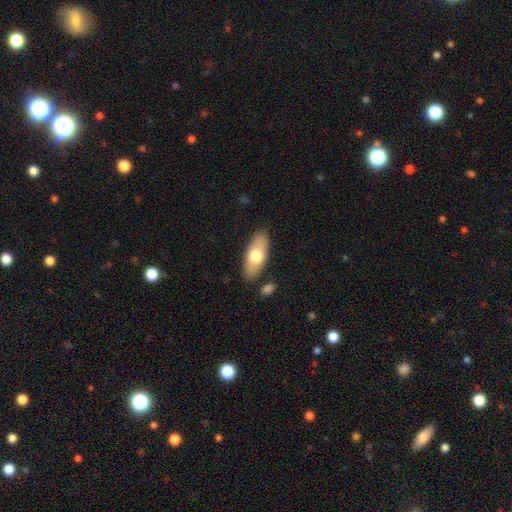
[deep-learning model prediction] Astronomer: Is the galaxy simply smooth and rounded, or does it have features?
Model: smooth — 68%.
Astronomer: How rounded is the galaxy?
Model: in between — 84%.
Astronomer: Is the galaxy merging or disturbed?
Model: none — 84%.